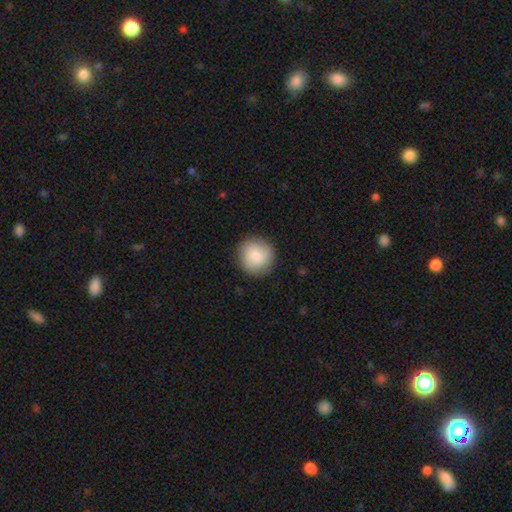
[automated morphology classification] smooth-or-featured: smooth: 82% | featured or disk: 12% | star or artifact: 6%
  how-rounded: round: 94% | in between: 5% | cigar-shaped: 1%
  merging: none: 88% | minor disturbance: 8% | major disturbance: 2% | merger: 1%